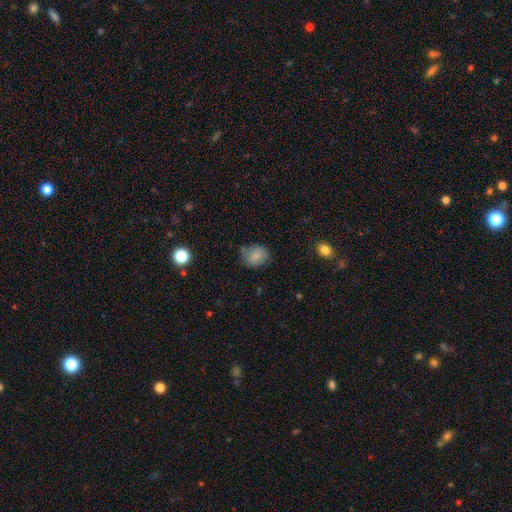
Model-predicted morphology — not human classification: type=smooth (83%); roundness=in between (52%); merging=none (67%).